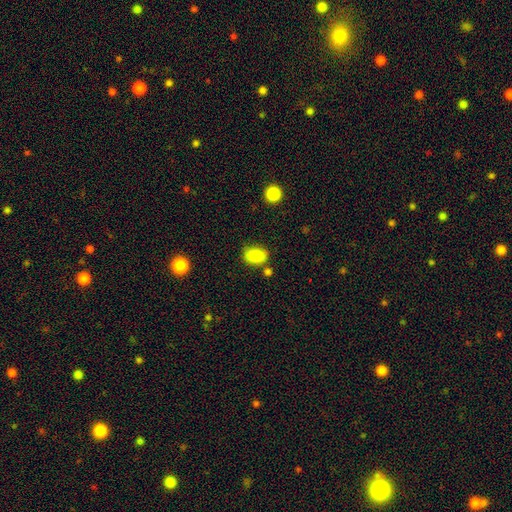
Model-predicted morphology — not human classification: A smooth galaxy with no disk features (87%) that is in between round and cigar-shaped (84%).

Vote fractions:
- Smooth or featured? smooth: 87% / star or artifact: 9% / featured or disk: 4%
- How rounded? in between: 84% / round: 15% / cigar-shaped: 2%
- Merging? none: 73% / minor disturbance: 16% / merger: 7% / major disturbance: 4%